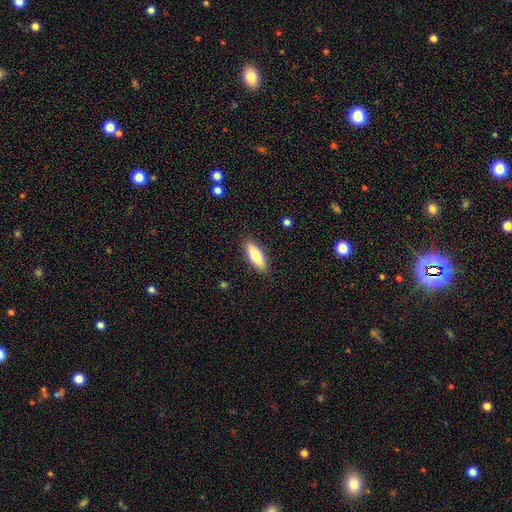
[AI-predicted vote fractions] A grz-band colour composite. It shows a smooth galaxy with no disk features (78%) that is in between round and cigar-shaped (61%). Merging: none (88%).